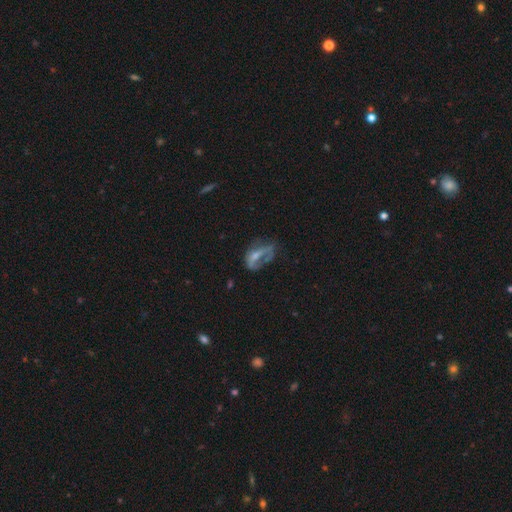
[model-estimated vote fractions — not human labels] This appears to be a featured or disk galaxy (55%). Merging: major disturbance (39%).